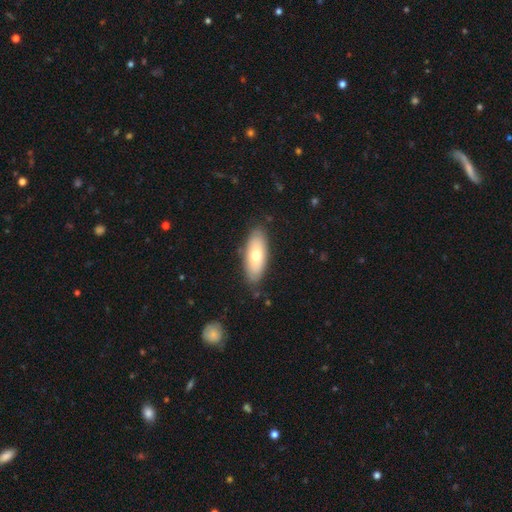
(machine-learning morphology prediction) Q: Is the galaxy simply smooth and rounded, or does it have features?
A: smooth — 65%.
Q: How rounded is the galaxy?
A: in between — 83%.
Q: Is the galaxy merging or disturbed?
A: none — 84%.